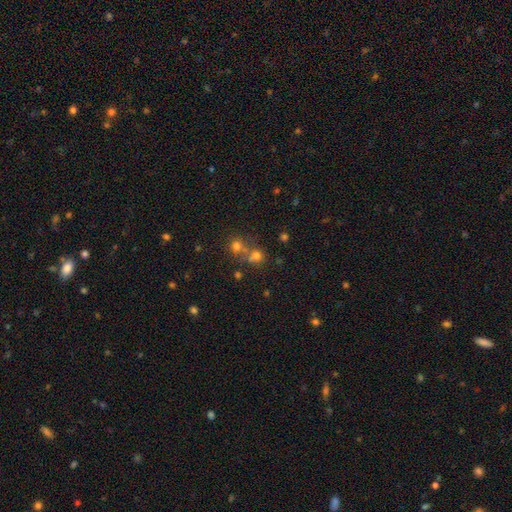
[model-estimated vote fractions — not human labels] A smooth galaxy with no disk features (63%) that is round (83%). Merging: none (47%).